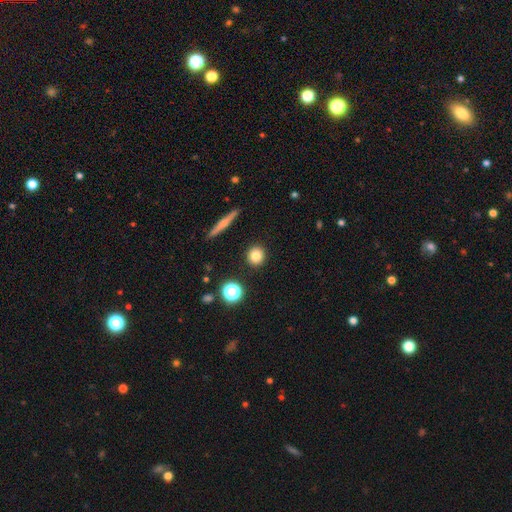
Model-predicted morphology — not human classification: smooth 81%, star or artifact 11%, featured or disk 8%. Down the decision tree: how rounded — round (89%); merging — none (91%).